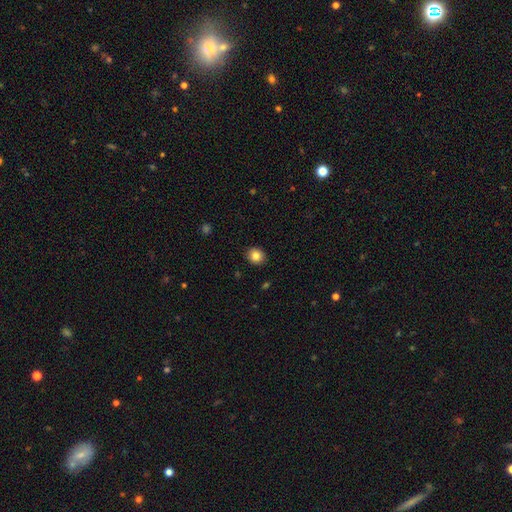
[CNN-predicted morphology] A smooth galaxy with no disk features (84%) that is round (75%). Merging: none (91%).